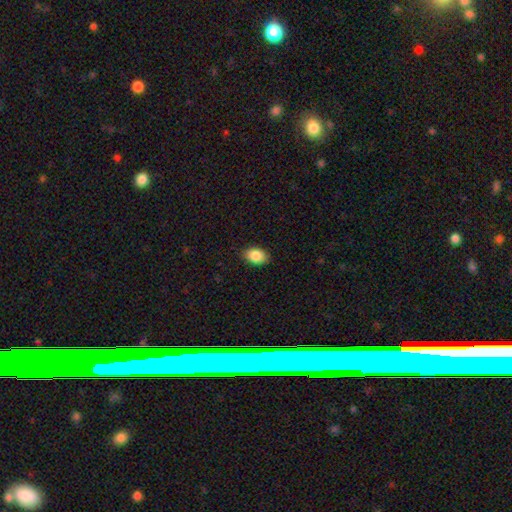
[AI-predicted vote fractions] This is clearly a smooth galaxy (87%). How rounded: clearly in between (85%). Merging: clearly none (88%).